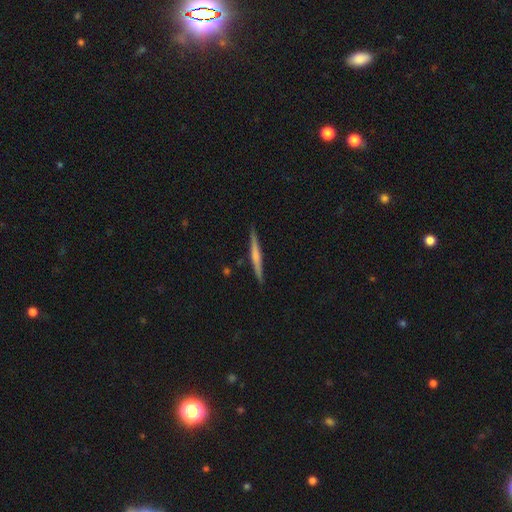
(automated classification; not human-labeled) A featured or disk galaxy (59%) viewed edge-on (98%) with a rounded central bulge (48%).

Vote fractions:
- Smooth or featured? featured or disk: 59% / smooth: 35% / star or artifact: 5%
- Edge-on disk? yes: 98% / no: 2%
- Edge-on bulge? rounded: 48% / none: 36% / boxy: 15%
- Merging? none: 90% / minor disturbance: 7% / major disturbance: 1% / merger: 1%